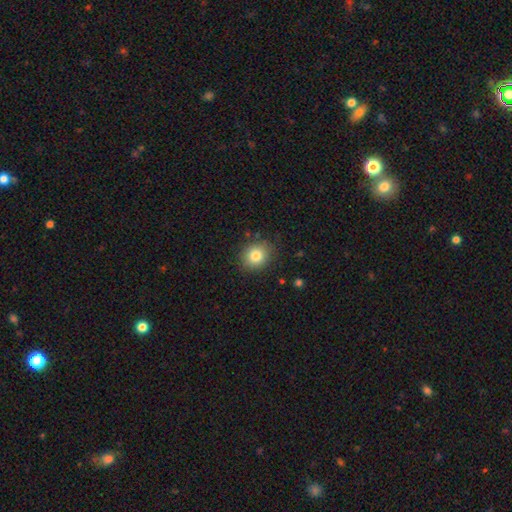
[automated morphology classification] A smooth galaxy with no disk features (81%) that is round (77%).

Vote fractions:
- Smooth or featured? smooth: 81% / star or artifact: 11% / featured or disk: 8%
- How rounded? round: 77% / in between: 22% / cigar-shaped: 1%
- Merging? none: 86% / minor disturbance: 10% / major disturbance: 3% / merger: 1%